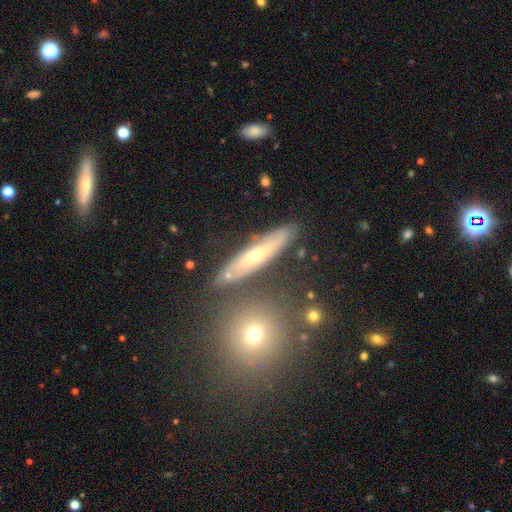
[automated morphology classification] Smooth or featured?
  - featured or disk: 57% *
  - smooth: 33%
  - star or artifact: 10%
Edge-on disk?
  - yes: 60% *
  - no: 40%
Merging?
  - none: 80% *
  - minor disturbance: 12%
  - merger: 5%
  - major disturbance: 3%